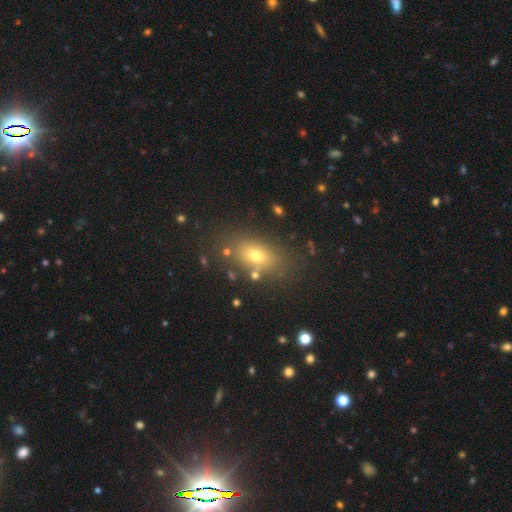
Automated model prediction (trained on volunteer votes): A smooth galaxy with no disk features (68%) that is in between round and cigar-shaped (76%). Merging: none (78%).